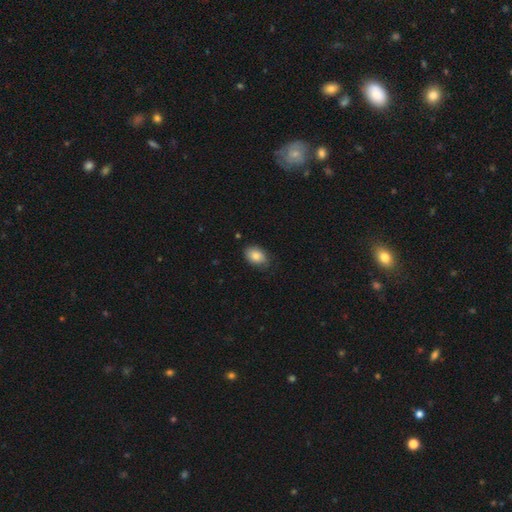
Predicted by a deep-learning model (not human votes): Smooth or featured: smooth — 83% (featured or disk — 9%)
How rounded: in between — 84% (round — 14%)
Merging: none — 75% (minor disturbance — 20%)